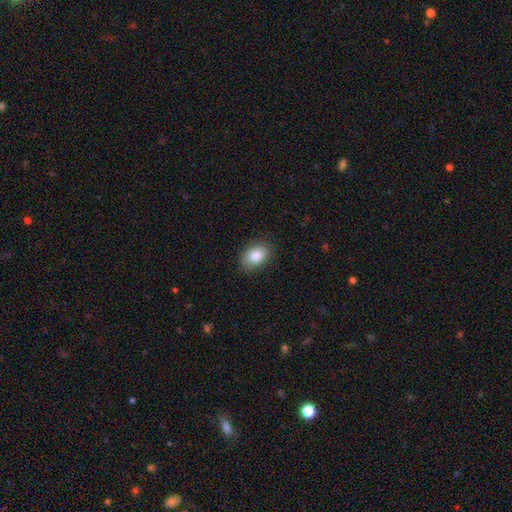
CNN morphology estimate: smooth_or_featured: smooth (p=0.86) [alt: star or artifact p=0.08]
how_rounded: in between (p=0.80) [alt: round p=0.19]
merging: none (p=0.85) [alt: minor disturbance p=0.12]